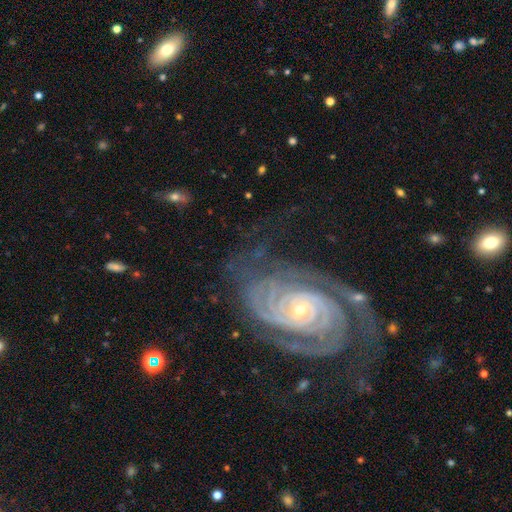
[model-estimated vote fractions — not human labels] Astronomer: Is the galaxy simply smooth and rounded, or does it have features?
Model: featured or disk — 91%.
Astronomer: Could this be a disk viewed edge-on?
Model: no — 97%.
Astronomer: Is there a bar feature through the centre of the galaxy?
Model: no — 68%.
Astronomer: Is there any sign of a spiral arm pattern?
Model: yes — 98%.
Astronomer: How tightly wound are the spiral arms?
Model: tight — 76%.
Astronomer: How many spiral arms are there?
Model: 2 — 46%.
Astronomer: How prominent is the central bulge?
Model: small — 77%.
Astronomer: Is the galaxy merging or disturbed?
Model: none — 67%.